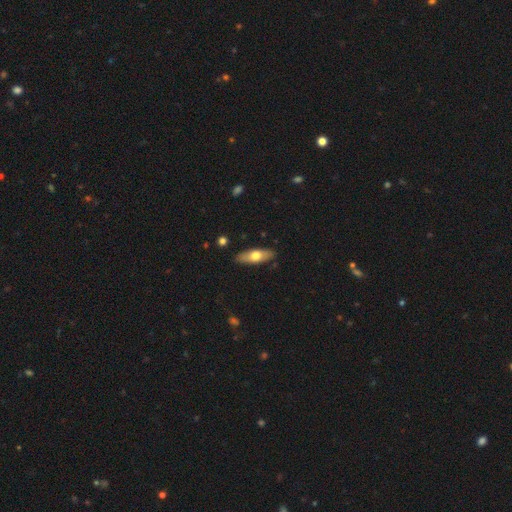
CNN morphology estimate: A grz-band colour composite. It shows a smooth galaxy with no disk features (61%) that is in between round and cigar-shaped (60%). Merging: none (88%).